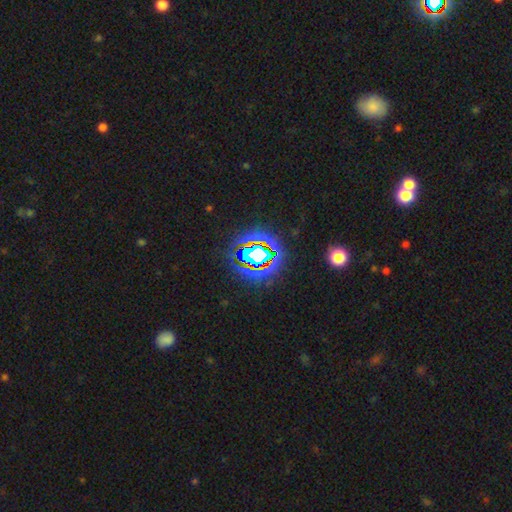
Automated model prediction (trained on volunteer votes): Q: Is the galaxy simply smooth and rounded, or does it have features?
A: star or artifact — 76%.